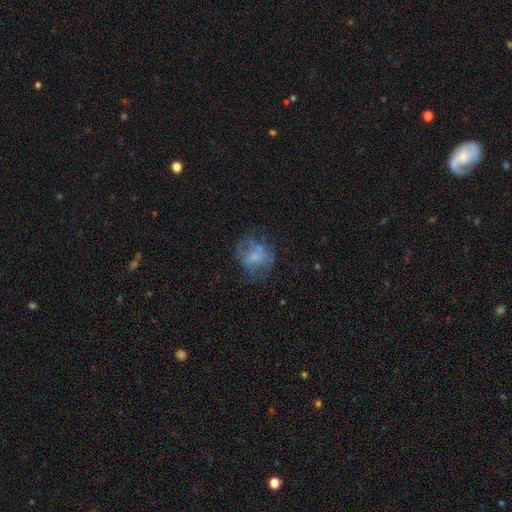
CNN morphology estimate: Overall: featured or disk (46%; smooth 42%). Merging: none (54%; major disturbance 22%).